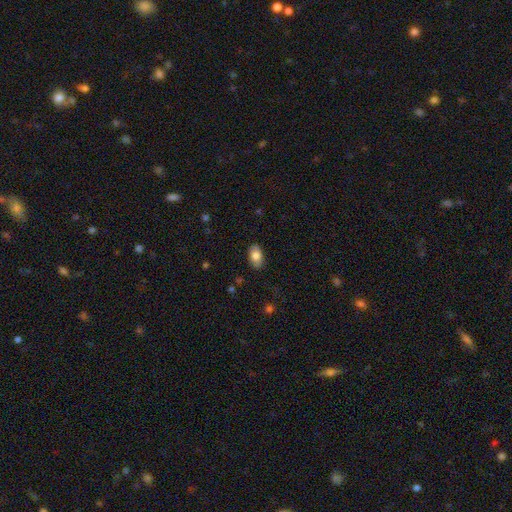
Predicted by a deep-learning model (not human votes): Q: Smooth or featured?
A: smooth (79%); runner-up: featured or disk (14%)
Q: How rounded?
A: in between (92%); runner-up: round (6%)
Q: Merging?
A: none (86%); runner-up: minor disturbance (11%)